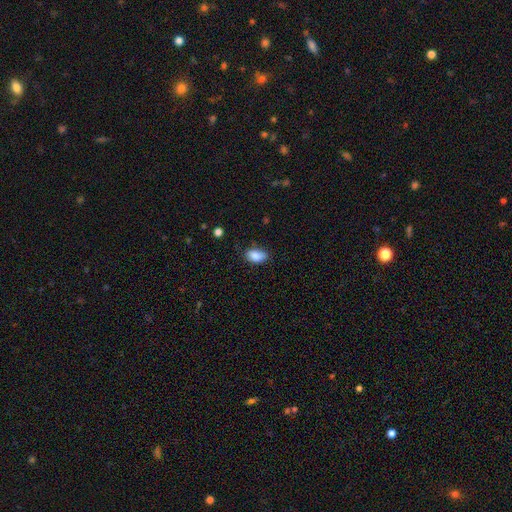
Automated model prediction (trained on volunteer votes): A smooth galaxy with no disk features (87%) that is in between round and cigar-shaped (91%).

Vote fractions:
- Smooth or featured? smooth: 87% / star or artifact: 8% / featured or disk: 6%
- How rounded? in between: 91% / round: 7% / cigar-shaped: 2%
- Merging? none: 70% / minor disturbance: 24% / major disturbance: 4% / merger: 2%